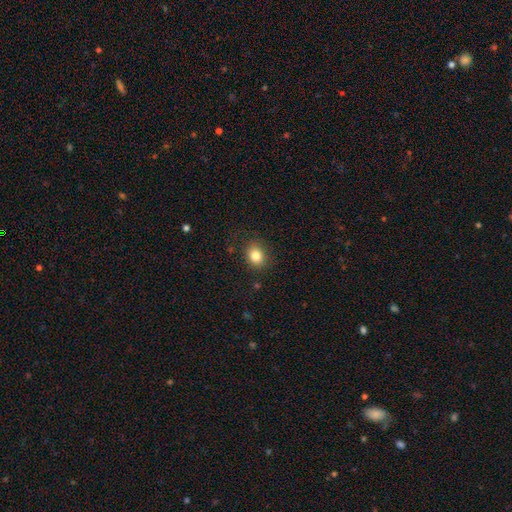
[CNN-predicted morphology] Smooth or featured? smooth (82%)
How rounded? round (55%)
Merging? none (85%)